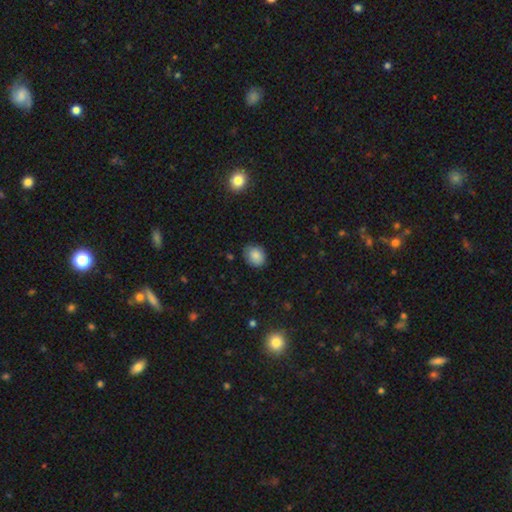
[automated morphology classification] Smooth or featured: smooth — 85% (star or artifact — 9%)
How rounded: round — 50% (in between — 49%)
Merging: none — 81% (minor disturbance — 15%)